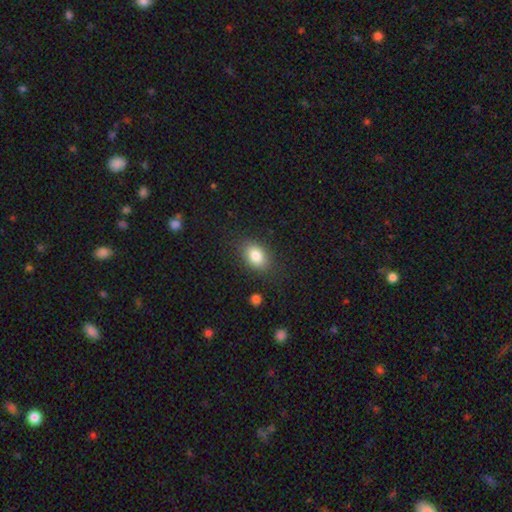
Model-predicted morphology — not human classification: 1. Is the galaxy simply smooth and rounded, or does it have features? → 82% smooth, 9% featured or disk, 9% star or artifact.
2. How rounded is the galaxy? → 82% in between, 17% round, 1% cigar-shaped.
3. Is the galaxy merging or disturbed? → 82% none, 12% minor disturbance, 4% major disturbance, 2% merger.